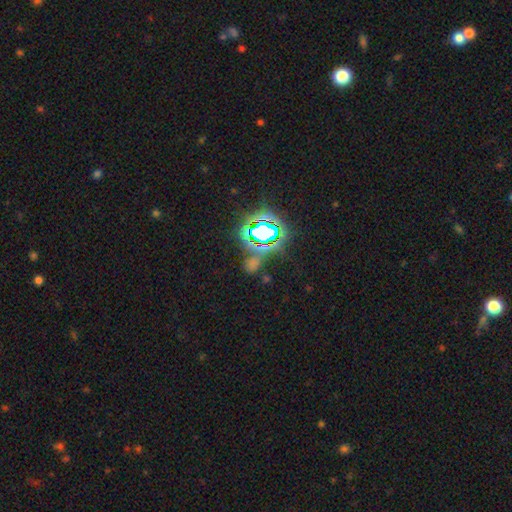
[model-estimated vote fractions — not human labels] Overall: star or artifact (79%).